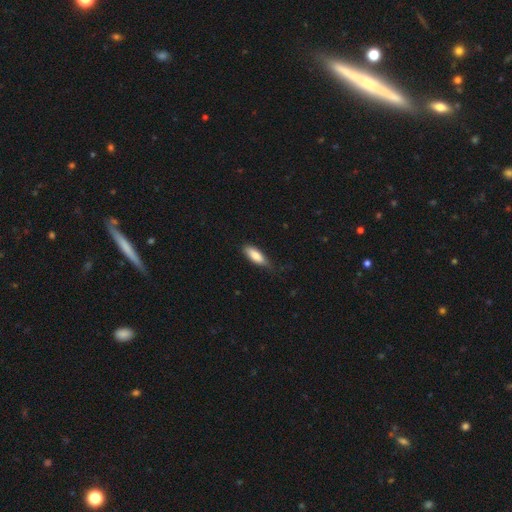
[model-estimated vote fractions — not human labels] This is clearly a smooth galaxy (82%). How rounded: likely in between (67%). Merging: likely none (67%).